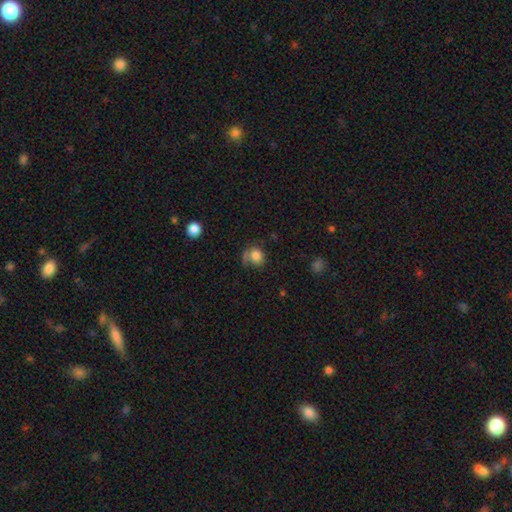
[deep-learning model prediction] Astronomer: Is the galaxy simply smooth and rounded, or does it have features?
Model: smooth — 78%.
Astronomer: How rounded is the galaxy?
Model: round — 75%.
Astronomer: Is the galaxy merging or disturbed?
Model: none — 52%.